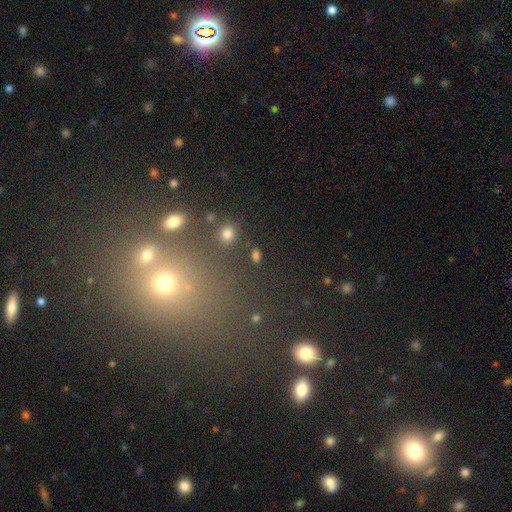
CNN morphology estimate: The model was most divided on "how rounded": round: 63%, in between: 34%, cigar-shaped: 3%. More confident: merging — none (83%); smooth or featured — smooth (71%).